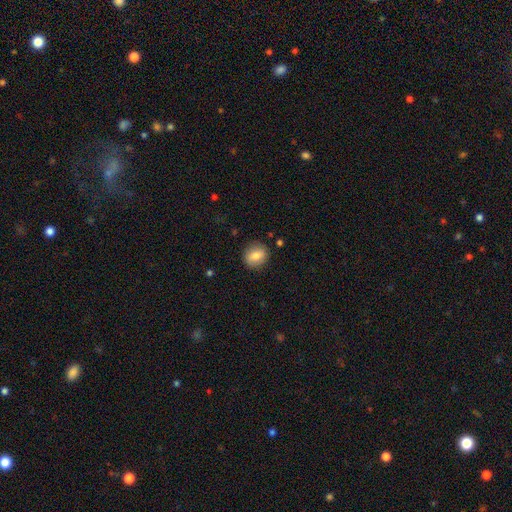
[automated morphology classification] A smooth galaxy with no disk features (82%) that is round (74%).

Vote fractions:
- Smooth or featured? smooth: 82% / featured or disk: 10% / star or artifact: 8%
- How rounded? round: 74% / in between: 25% / cigar-shaped: 1%
- Merging? none: 87% / minor disturbance: 9% / major disturbance: 2% / merger: 1%